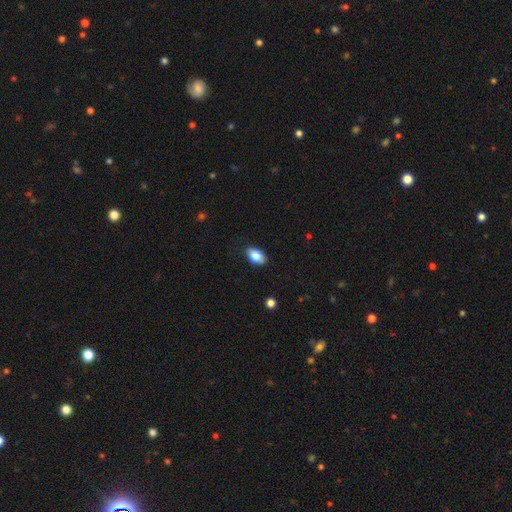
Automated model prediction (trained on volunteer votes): Morphology: type=smooth (81%); roundness=in between (92%); merging=none (83%).